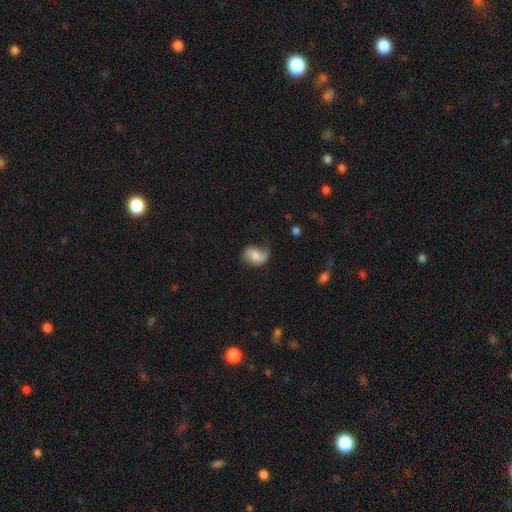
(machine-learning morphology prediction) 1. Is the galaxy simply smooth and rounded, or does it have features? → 54% smooth, 38% featured or disk, 8% star or artifact.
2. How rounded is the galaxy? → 67% in between, 32% round, 1% cigar-shaped.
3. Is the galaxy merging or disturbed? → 47% none, 33% minor disturbance, 18% major disturbance, 2% merger.